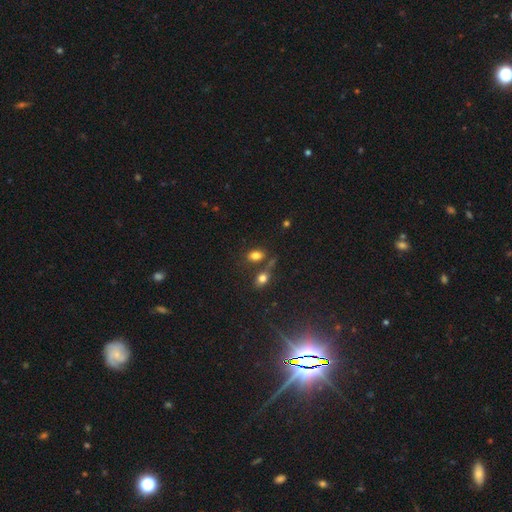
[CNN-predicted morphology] Smooth or featured? smooth (79%)
How rounded? in between (85%)
Merging? none (60%)